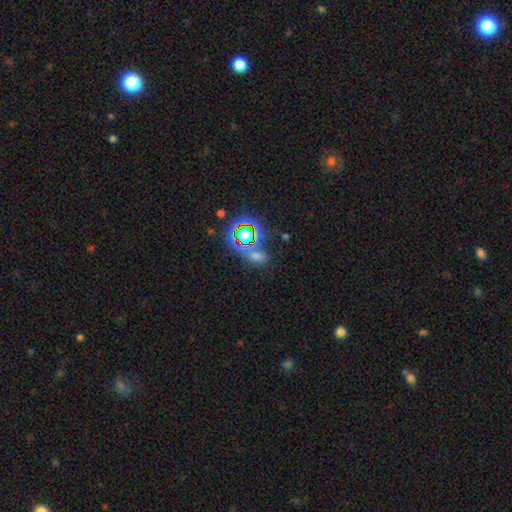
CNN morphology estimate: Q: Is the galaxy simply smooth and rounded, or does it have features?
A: star or artifact — 46%.